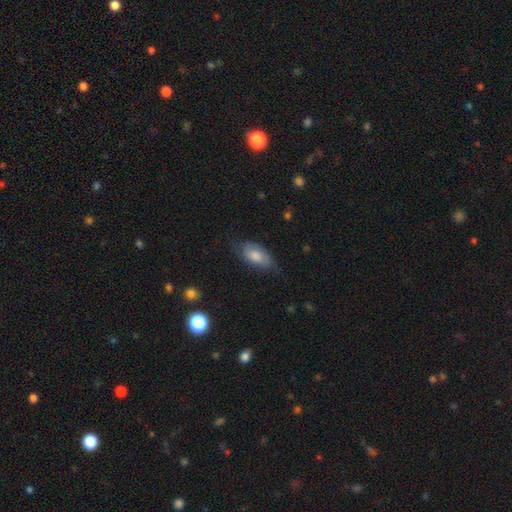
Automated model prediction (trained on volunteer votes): This appears to be a smooth galaxy with no disk features (75%) that is in between round and cigar-shaped (91%). Merging: none (60%).